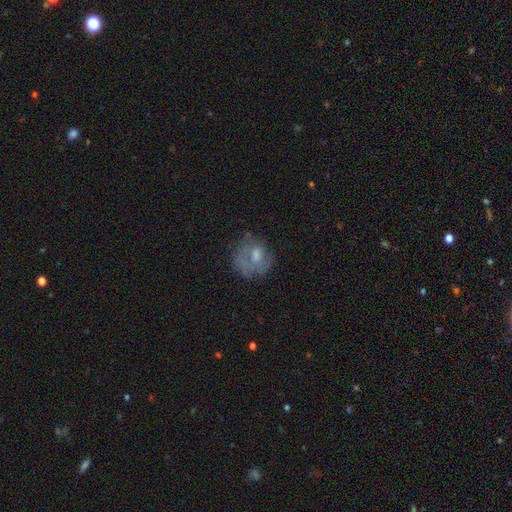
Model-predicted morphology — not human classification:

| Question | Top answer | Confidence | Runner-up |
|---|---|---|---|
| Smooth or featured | smooth | 48% | featured or disk (39%) |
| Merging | none | 50% | minor disturbance (24%) |